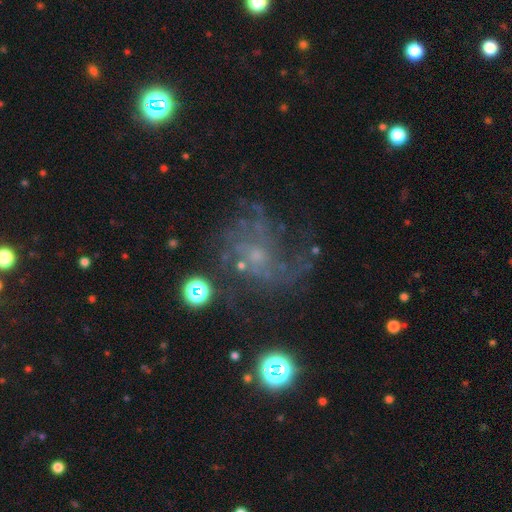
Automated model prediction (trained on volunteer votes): featured or disk 65%, star or artifact 21%, smooth 14%. Down the decision tree: edge-on disk — no (97%); bar — no (74%); spiral arms — yes (75%); bulge size — small (56%); merging — none (52%).